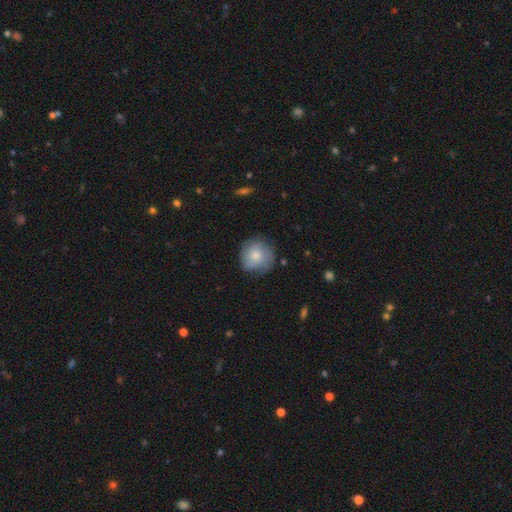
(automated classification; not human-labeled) The model was most divided on "smooth or featured": smooth: 72%, featured or disk: 22%, star or artifact: 7%. More confident: how rounded — round (91%); merging — none (77%).